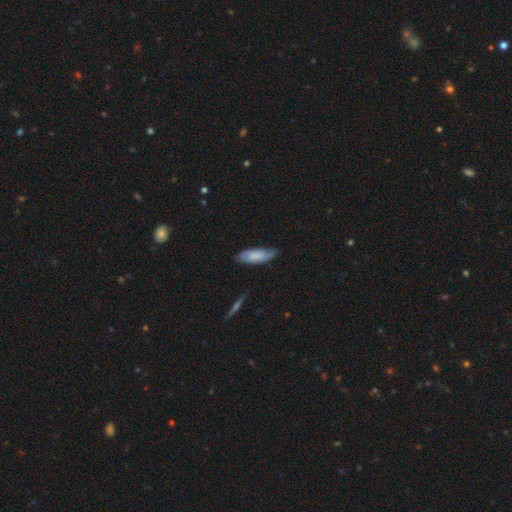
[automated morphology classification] A smooth galaxy with no disk features (73%) that is in between round and cigar-shaped (68%). Merging: none (69%).